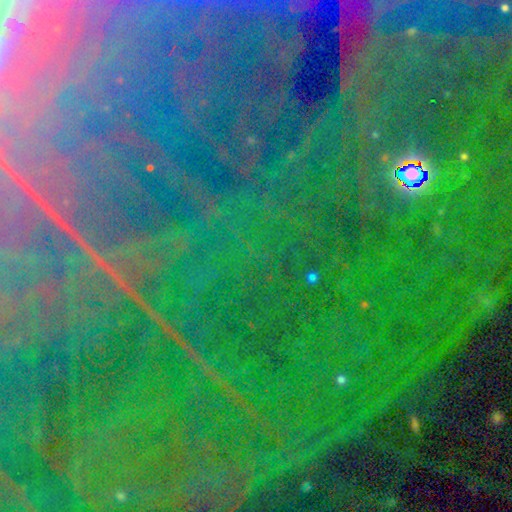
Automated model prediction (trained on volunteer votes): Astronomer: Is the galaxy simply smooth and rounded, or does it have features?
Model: star or artifact — 86%.